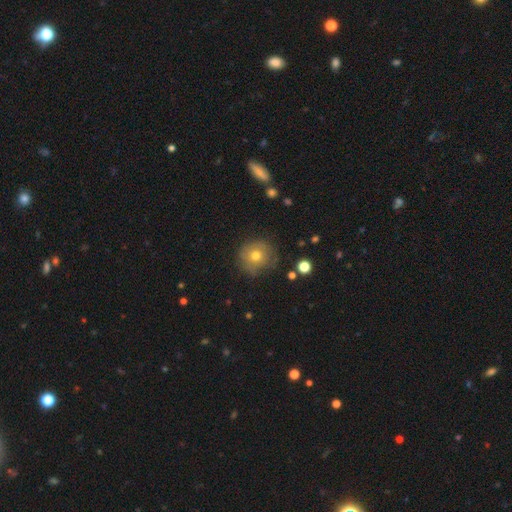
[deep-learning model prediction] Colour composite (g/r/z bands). It shows a smooth galaxy with no disk features (68%) that is round (90%). Merging: none (75%).